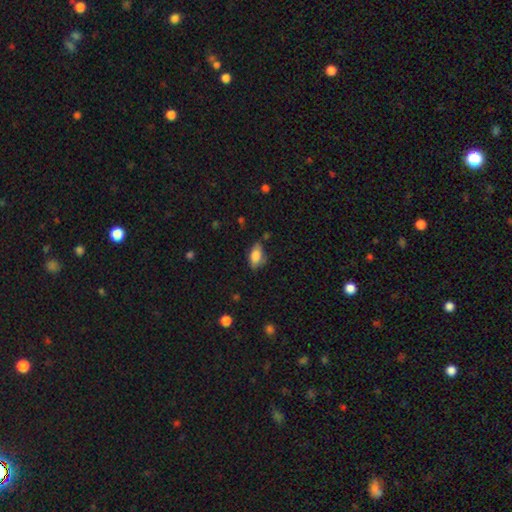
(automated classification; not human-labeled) Morphology: type=smooth (81%); roundness=in between (90%); merging=none (64%).